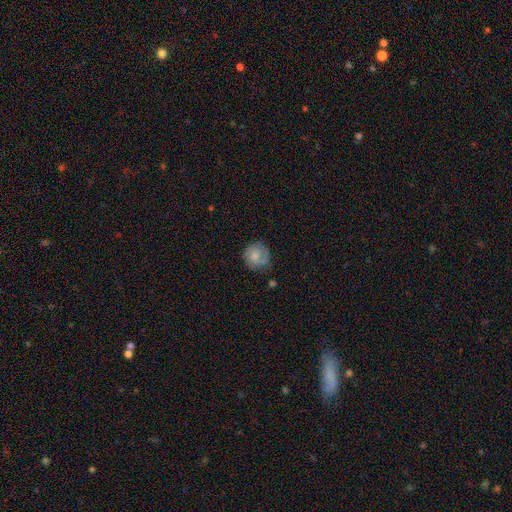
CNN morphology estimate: Overall: smooth (57%; featured or disk 35%). How rounded: round (86%). Merging: none (68%).